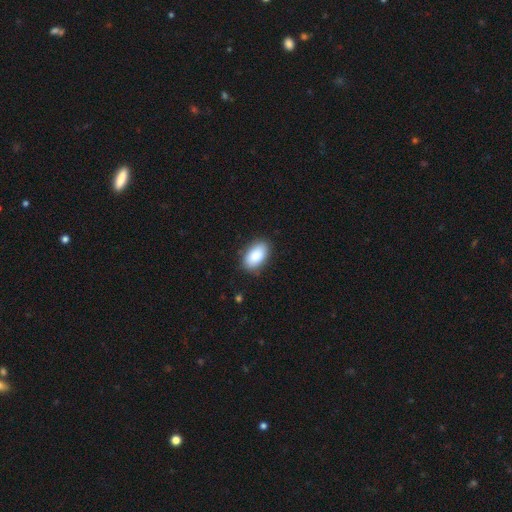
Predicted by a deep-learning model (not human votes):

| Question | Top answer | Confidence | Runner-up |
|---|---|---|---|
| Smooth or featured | smooth | 87% | star or artifact (7%) |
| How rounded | in between | 94% | round (5%) |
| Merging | none | 85% | minor disturbance (12%) |